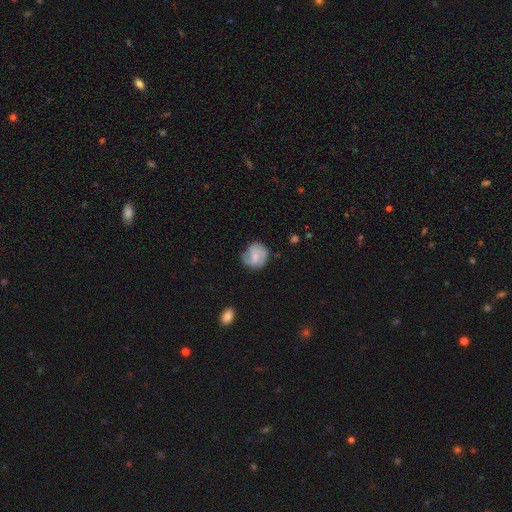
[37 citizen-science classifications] featured or disk 65%, smooth 32%, star or artifact 3%. Down the decision tree: edge-on disk — no (96%); bar — no (65%); spiral arms — yes (96%); spiral arm count — 2 (50%); spiral winding — medium (50%); bulge size — moderate (43%); merging — none (53%).